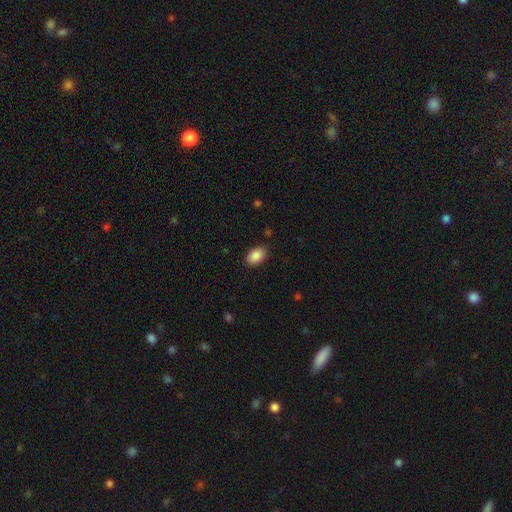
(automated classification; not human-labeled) Q: Smooth or featured?
A: smooth (89%); runner-up: star or artifact (7%)
Q: How rounded?
A: in between (87%); runner-up: round (12%)
Q: Merging?
A: none (88%); runner-up: minor disturbance (9%)